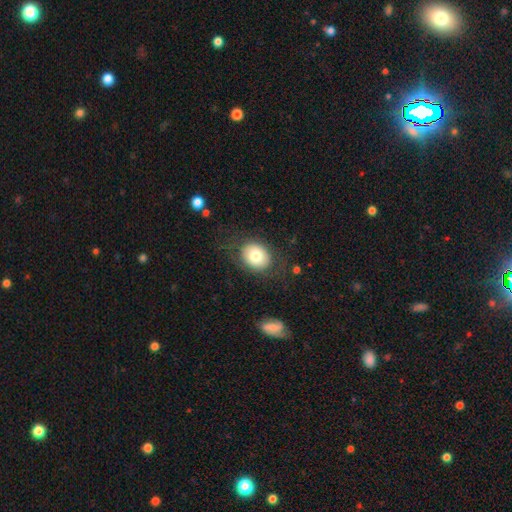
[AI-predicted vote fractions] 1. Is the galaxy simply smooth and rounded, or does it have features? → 75% smooth, 17% featured or disk, 8% star or artifact.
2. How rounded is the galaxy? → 50% round, 49% in between, 1% cigar-shaped.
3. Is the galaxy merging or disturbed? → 78% none, 13% minor disturbance, 8% major disturbance, 2% merger.